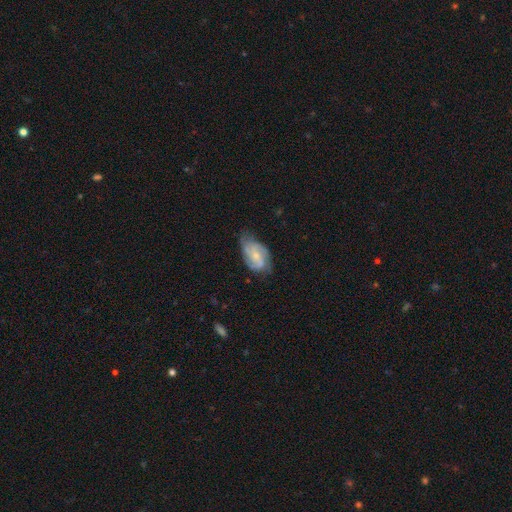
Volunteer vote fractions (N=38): Smooth or featured? 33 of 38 (87%) said featured or disk. Edge-on disk? 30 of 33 (91%) said no. Bar? 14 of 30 (47%) said weak. Spiral arms? 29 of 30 (97%) said yes. Spiral winding? 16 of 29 (55%) said medium. Spiral arm count? 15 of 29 (52%) said 2. Bulge size? 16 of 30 (53%) said small. Merging? 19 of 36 (53%) said none.